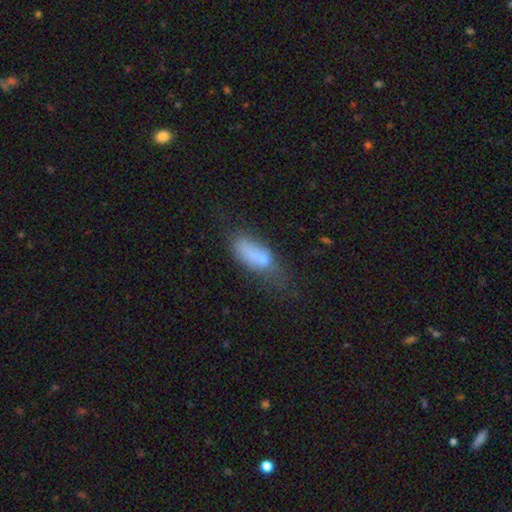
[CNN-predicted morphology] A smooth galaxy with no disk features (67%) that is in between round and cigar-shaped (75%). Merging: none (30%, tied with major disturbance).